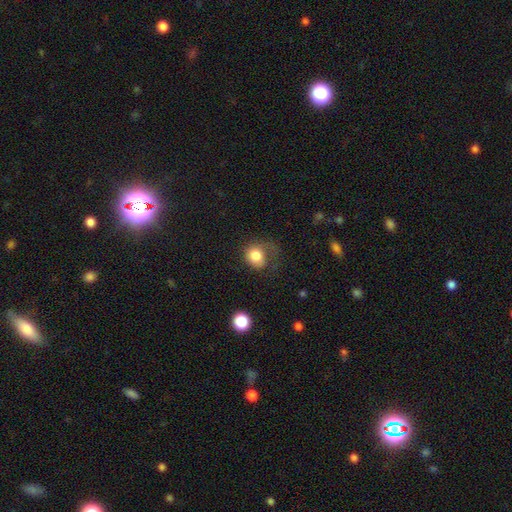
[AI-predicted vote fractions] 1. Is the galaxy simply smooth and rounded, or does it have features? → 80% smooth, 11% featured or disk, 9% star or artifact.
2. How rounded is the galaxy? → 63% round, 36% in between, 1% cigar-shaped.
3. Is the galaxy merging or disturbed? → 39% none, 32% major disturbance, 27% minor disturbance, 2% merger.